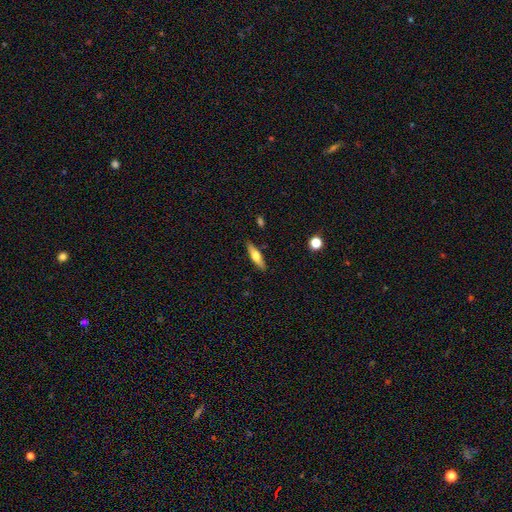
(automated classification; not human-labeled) smooth_or_featured: smooth (p=0.50) [alt: featured or disk p=0.44]
how_rounded: cigar-shaped (p=0.68) [alt: in between p=0.30]
merging: none (p=0.88) [alt: minor disturbance p=0.09]